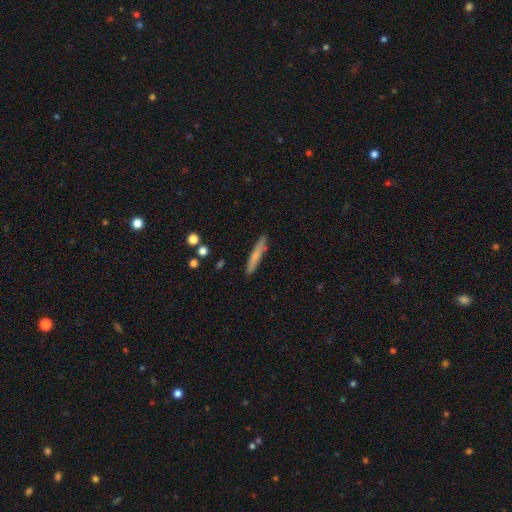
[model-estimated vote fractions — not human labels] A smooth galaxy with no disk features (70%) that is cigar-shaped (94%). Merging: none (88%).